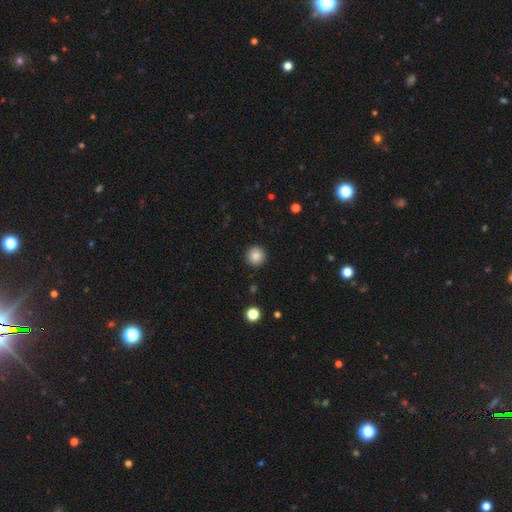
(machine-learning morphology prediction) This is clearly a smooth galaxy (86%). How rounded: clearly round (95%). Merging: clearly none (92%).